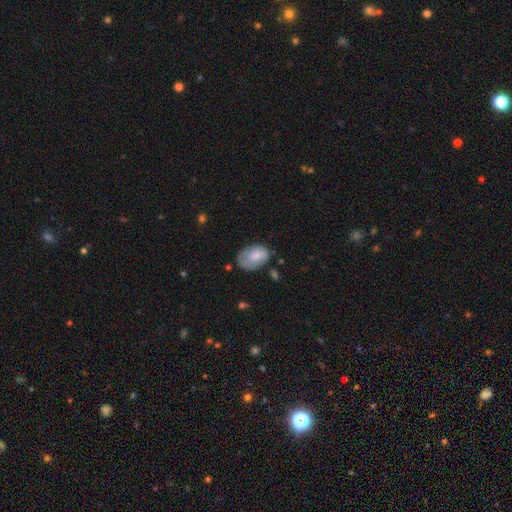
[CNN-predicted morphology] Q: Smooth or featured?
A: smooth (69%); runner-up: featured or disk (24%)
Q: How rounded?
A: in between (83%); runner-up: round (15%)
Q: Merging?
A: none (50%); runner-up: minor disturbance (32%)